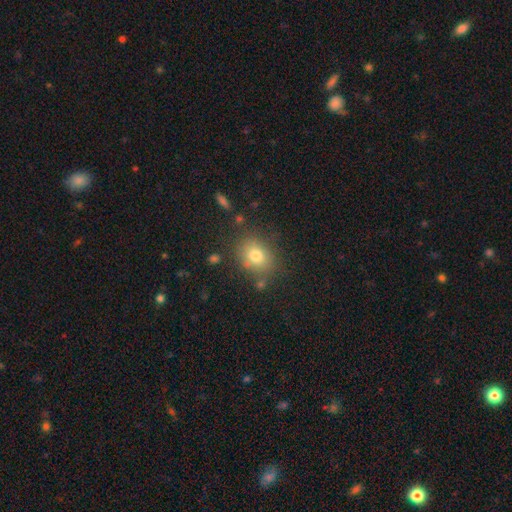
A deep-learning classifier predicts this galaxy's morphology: This is likely a smooth galaxy (77%). How rounded: possibly round (52%). Merging: likely none (77%).